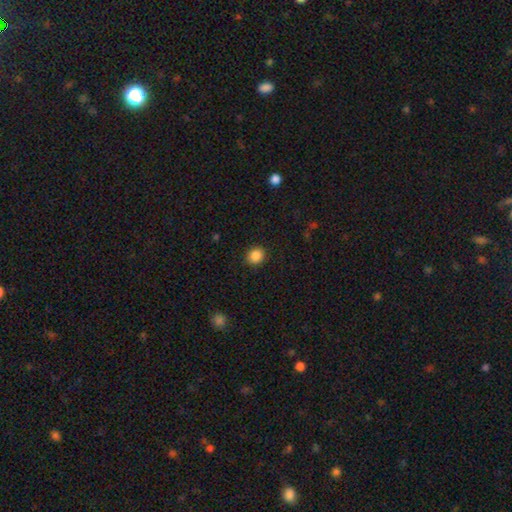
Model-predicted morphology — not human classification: smooth 87%, star or artifact 10%, featured or disk 3%. Down the decision tree: how rounded — round (80%); merging — none (90%).